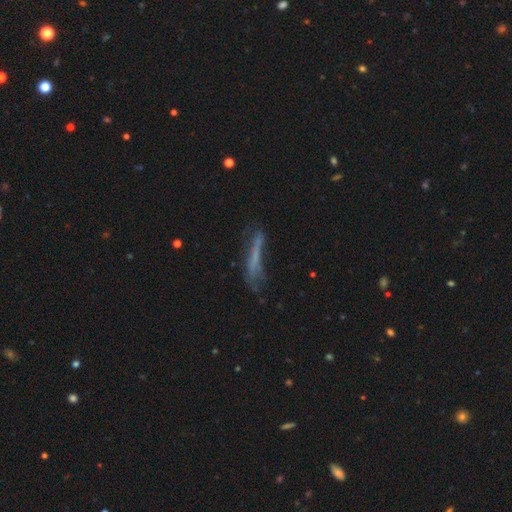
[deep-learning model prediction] The model was most divided on "smooth or featured": smooth: 49%, featured or disk: 38%, star or artifact: 13%. Remaining: merging — none (49%).